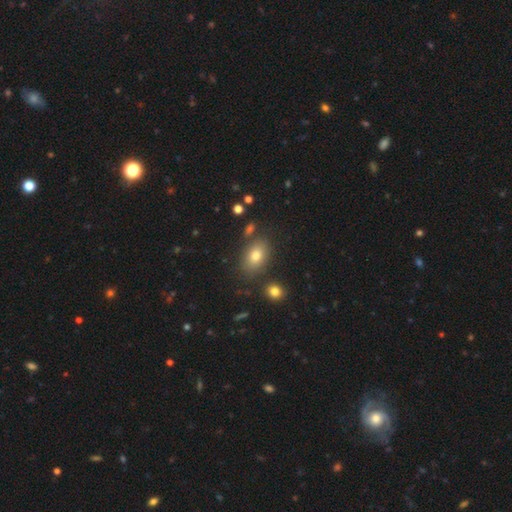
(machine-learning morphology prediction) Smooth or featured: smooth — 77% (featured or disk — 12%)
How rounded: in between — 82% (round — 17%)
Merging: none — 79% (minor disturbance — 12%)